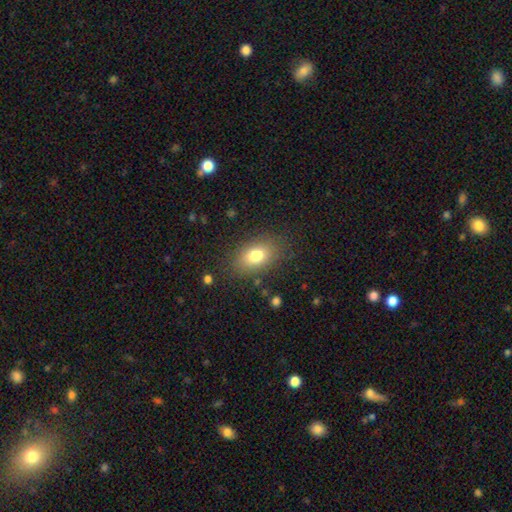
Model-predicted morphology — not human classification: smooth 78%, featured or disk 12%, star or artifact 9%. Down the decision tree: how rounded — in between (85%); merging — none (82%).